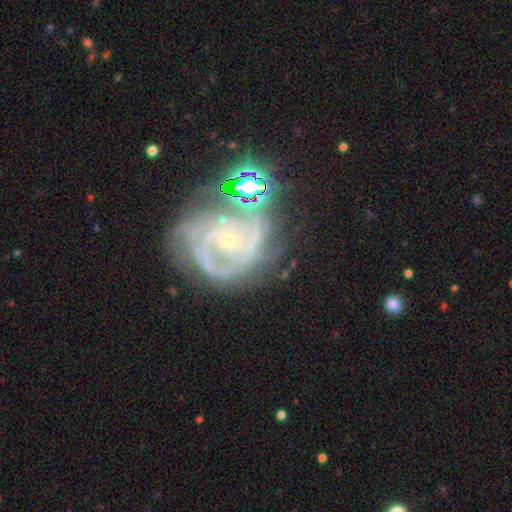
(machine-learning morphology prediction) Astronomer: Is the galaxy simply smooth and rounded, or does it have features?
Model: featured or disk — 84%.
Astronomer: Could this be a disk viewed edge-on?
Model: no — 97%.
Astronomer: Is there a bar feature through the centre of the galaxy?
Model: no — 70%.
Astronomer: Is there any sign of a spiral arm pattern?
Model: yes — 94%.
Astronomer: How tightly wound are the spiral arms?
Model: tight — 57% (runner-up: medium, 34%).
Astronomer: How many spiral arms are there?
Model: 2 — 33% (runner-up: can't tell, 25%).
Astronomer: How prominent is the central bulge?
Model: small — 77%.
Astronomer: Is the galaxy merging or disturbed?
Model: none — 50%.